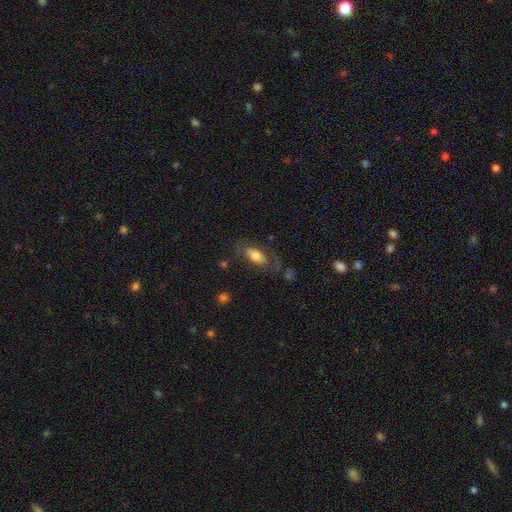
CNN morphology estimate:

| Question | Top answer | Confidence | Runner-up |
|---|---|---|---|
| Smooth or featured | smooth | 65% | featured or disk (28%) |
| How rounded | in between | 87% | cigar-shaped (9%) |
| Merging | none | 63% | minor disturbance (20%) |